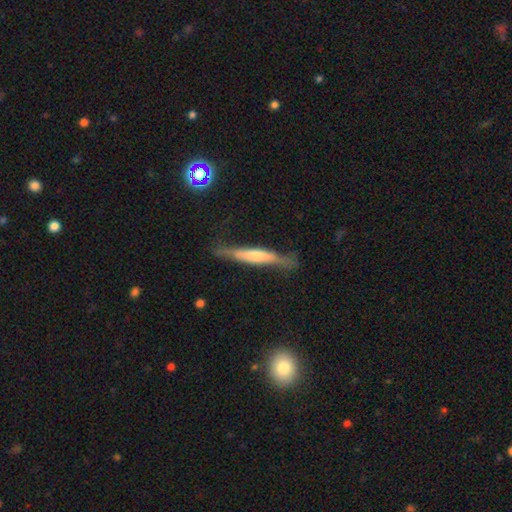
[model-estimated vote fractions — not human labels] A smooth galaxy with no disk features (48%).

Vote fractions:
- Smooth or featured? smooth: 48% / featured or disk: 47% / star or artifact: 5%
- Merging? none: 65% / minor disturbance: 24% / major disturbance: 9% / merger: 2%